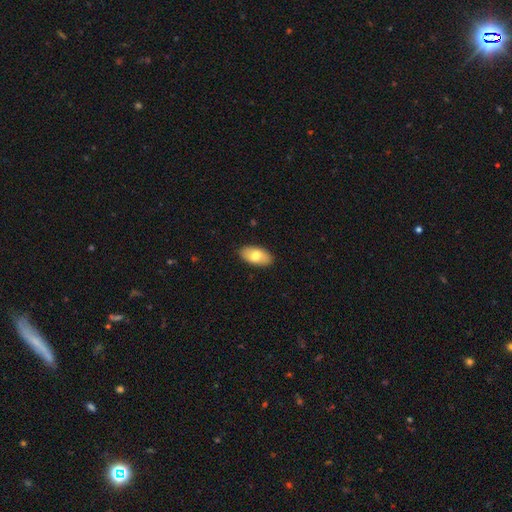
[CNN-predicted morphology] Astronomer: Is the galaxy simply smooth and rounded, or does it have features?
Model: smooth — 74%.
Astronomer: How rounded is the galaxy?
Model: in between — 94%.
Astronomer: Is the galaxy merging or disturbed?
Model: none — 88%.